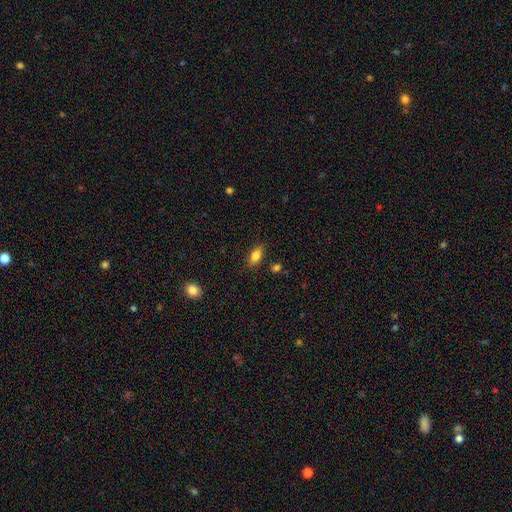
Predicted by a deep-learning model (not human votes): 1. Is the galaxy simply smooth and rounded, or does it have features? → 79% smooth, 12% featured or disk, 9% star or artifact.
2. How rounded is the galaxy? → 85% in between, 8% cigar-shaped, 7% round.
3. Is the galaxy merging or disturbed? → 83% none, 12% minor disturbance, 3% major disturbance, 2% merger.